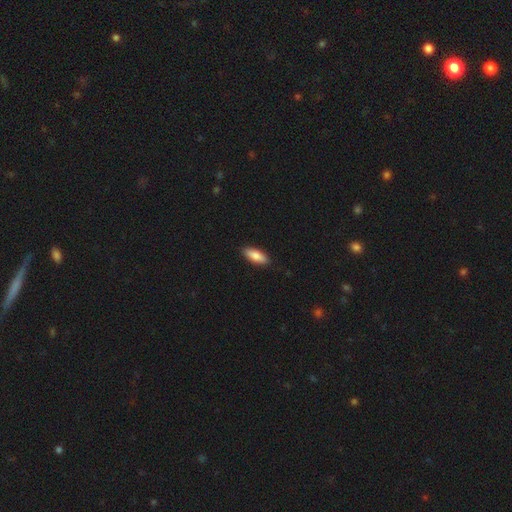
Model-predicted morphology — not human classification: Smooth or featured? Predicted: smooth (p=0.84). How rounded? Predicted: in between (p=0.69). Merging? Predicted: none (p=0.89).